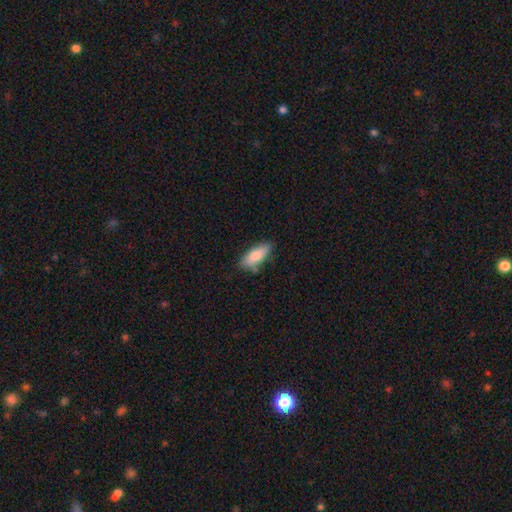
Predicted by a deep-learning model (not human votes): Smooth or featured? Predicted: smooth (p=0.83). How rounded? Predicted: in between (p=0.75). Merging? Predicted: none (p=0.74).